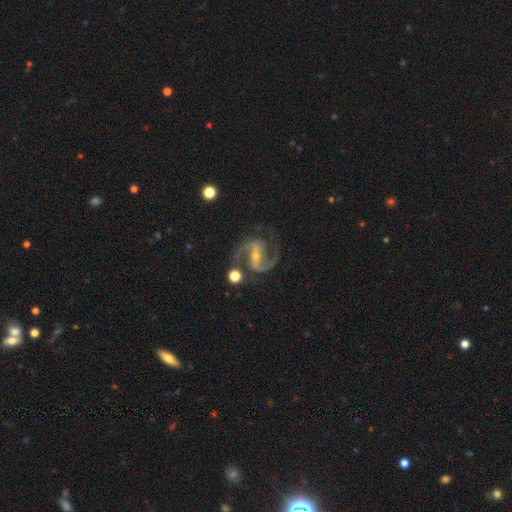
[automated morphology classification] Smooth or featured? featured or disk (92%)
Edge-on disk? no (97%)
Bar? strong (63%)
Spiral arms? yes (98%)
Spiral winding? medium (65%)
Spiral arm count? 2 (94%)
Bulge size? small (66%)
Merging? none (77%)